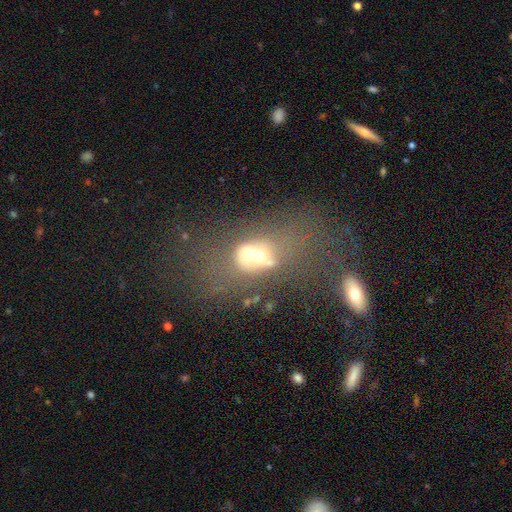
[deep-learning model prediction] Q: Smooth or featured?
A: featured or disk (43%); runner-up: smooth (39%)
Q: Merging?
A: merger (54%); runner-up: major disturbance (19%)